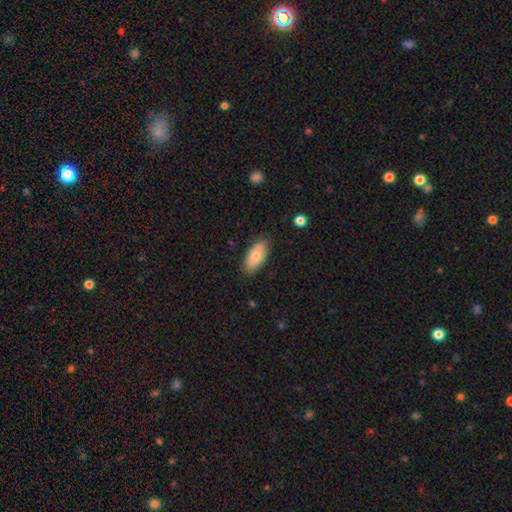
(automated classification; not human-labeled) A smooth galaxy with no disk features (75%) that is in between round and cigar-shaped (91%). Merging: none (81%).